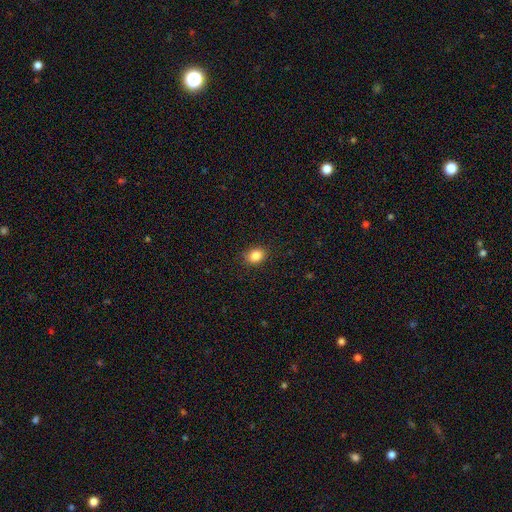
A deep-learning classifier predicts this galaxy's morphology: A smooth galaxy with no disk features (86%) that is in between round and cigar-shaped (56%). Merging: none (88%).